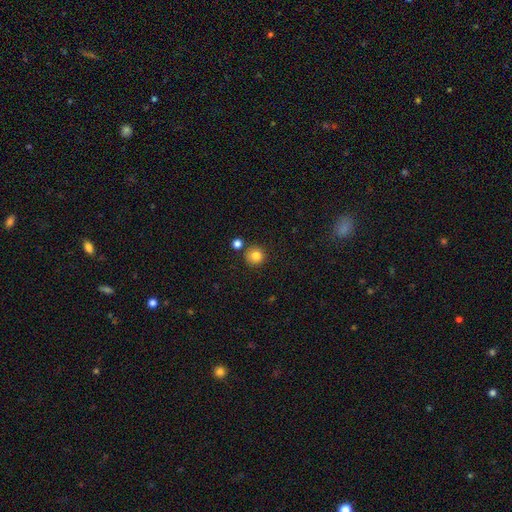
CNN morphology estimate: Overall: smooth (83%). How rounded: round (92%). Merging: none (80%).